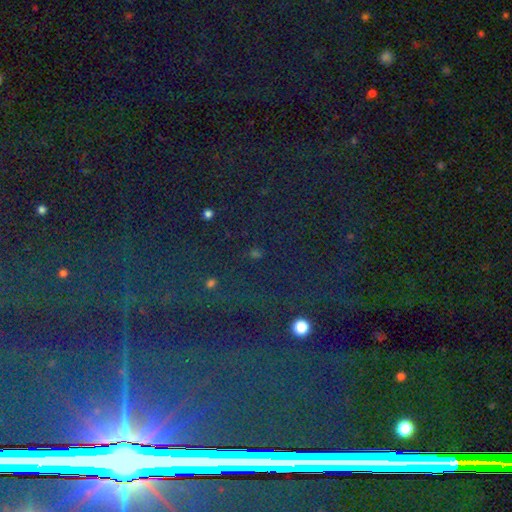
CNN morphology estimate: This is likely a star or artifact rather than a galaxy (76%).